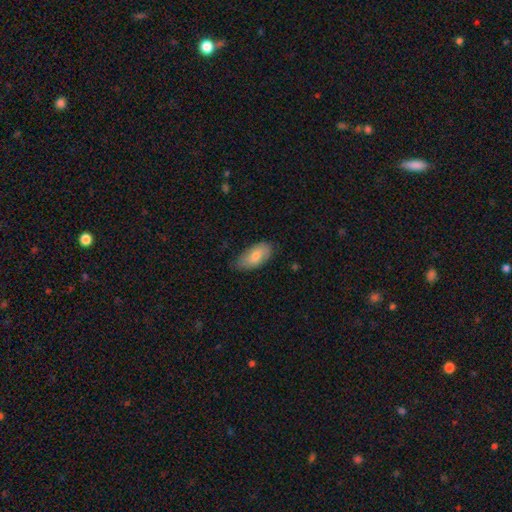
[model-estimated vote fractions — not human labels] Smooth or featured? Predicted: smooth (p=0.77). How rounded? Predicted: in between (p=0.92). Merging? Predicted: none (p=0.71).